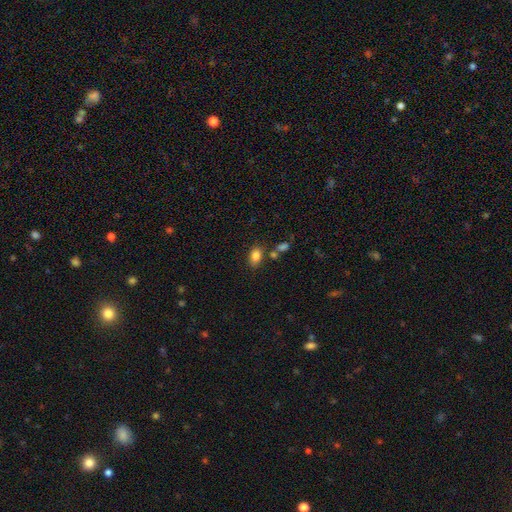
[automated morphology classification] Smooth or featured? Predicted: smooth (p=0.83). How rounded? Predicted: in between (p=0.82). Merging? Predicted: none (p=0.72).